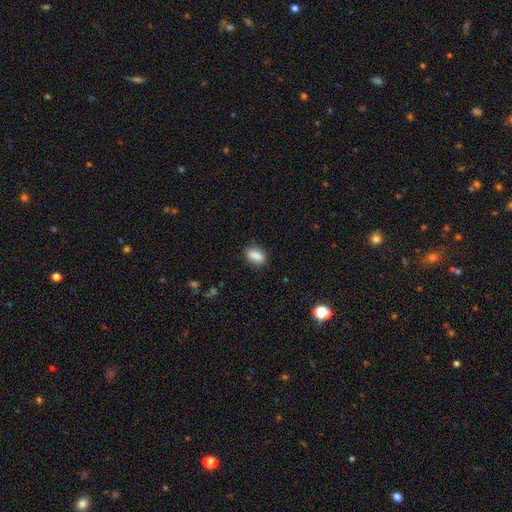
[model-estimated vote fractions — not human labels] This appears to be a smooth galaxy with no disk features (86%) that is in between round and cigar-shaped (81%). Merging: none (83%).